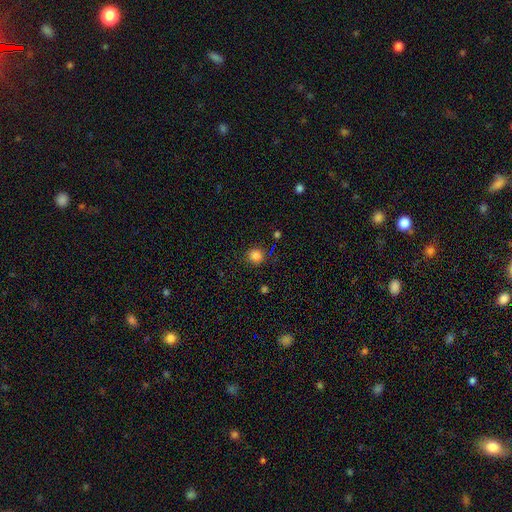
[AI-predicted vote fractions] Overall: smooth (83%). How rounded: round (91%). Merging: none (86%).